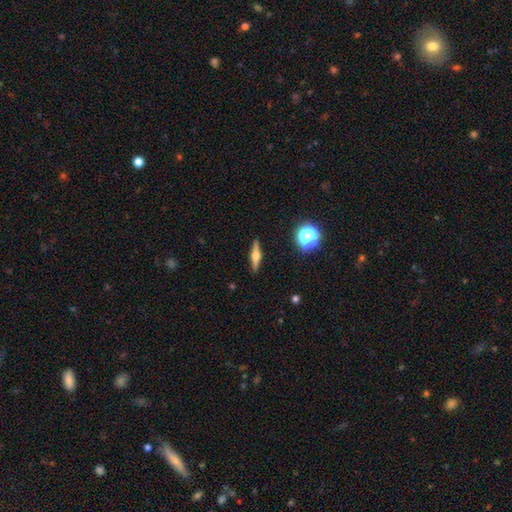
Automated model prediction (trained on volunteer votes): Smooth or featured? featured or disk (63%)
Edge-on disk? yes (96%)
Edge-on bulge? rounded (92%)
Merging? none (90%)